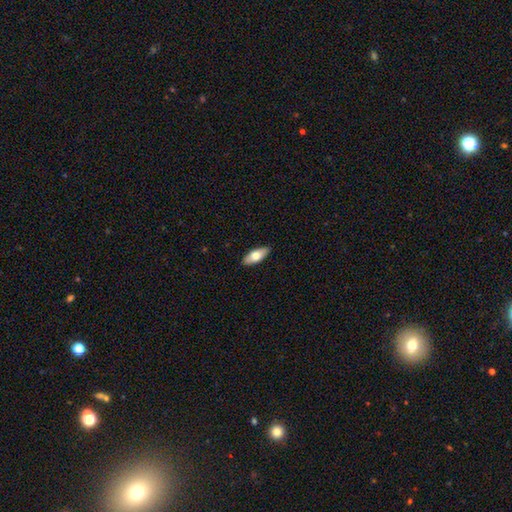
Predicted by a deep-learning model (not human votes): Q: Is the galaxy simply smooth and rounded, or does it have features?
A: smooth — 69%.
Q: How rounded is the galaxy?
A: in between — 78%.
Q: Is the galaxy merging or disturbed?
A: none — 88%.